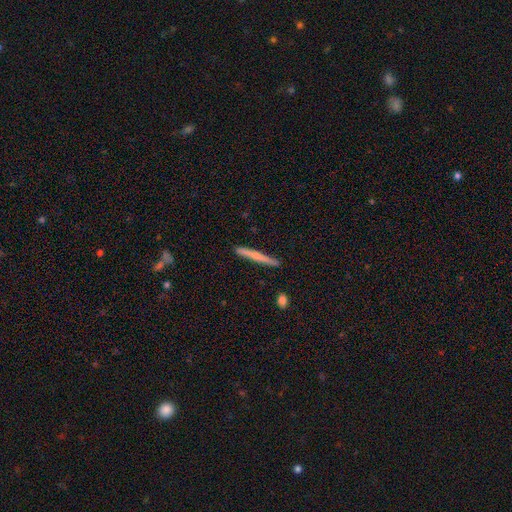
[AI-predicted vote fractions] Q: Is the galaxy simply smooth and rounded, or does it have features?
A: featured or disk — 47%, tied with smooth.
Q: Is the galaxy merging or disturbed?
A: none — 89%.